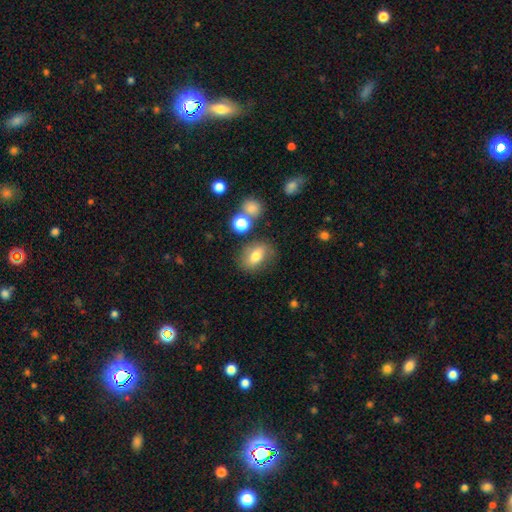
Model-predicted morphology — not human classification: This appears to be a smooth galaxy with no disk features (68%) that is in between round and cigar-shaped (73%). Merging: none (71%).